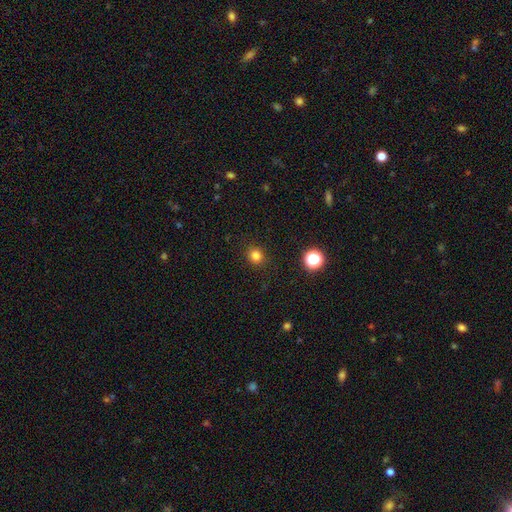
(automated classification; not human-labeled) smooth_or_featured: smooth (p=0.81) [alt: star or artifact p=0.14]
how_rounded: round (p=0.89) [alt: in between p=0.10]
merging: none (p=0.91) [alt: minor disturbance p=0.06]